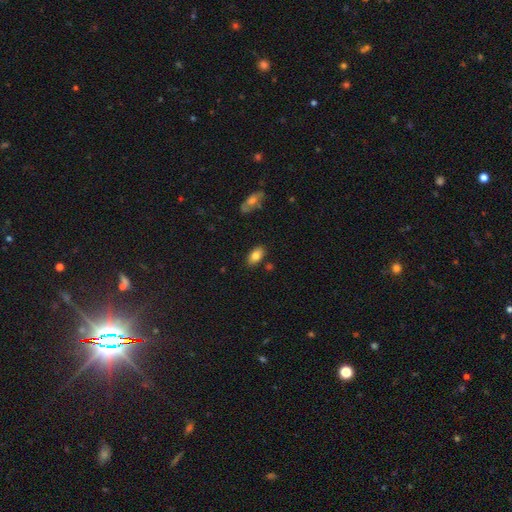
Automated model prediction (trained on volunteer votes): Morphology: type=smooth (81%); roundness=in between (92%); merging=none (83%).